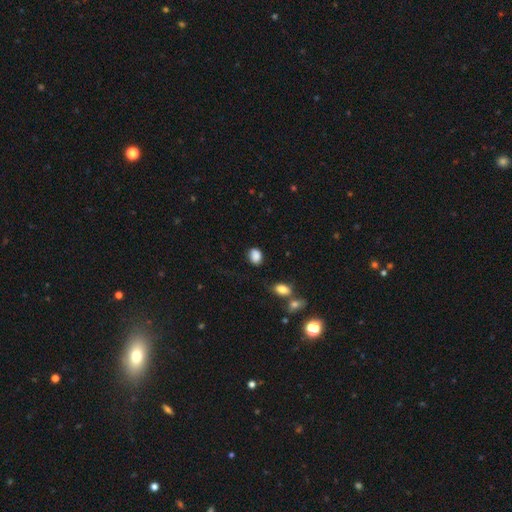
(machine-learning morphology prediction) A smooth galaxy with no disk features (87%) that is in between round and cigar-shaped (64%). Merging: none (76%).